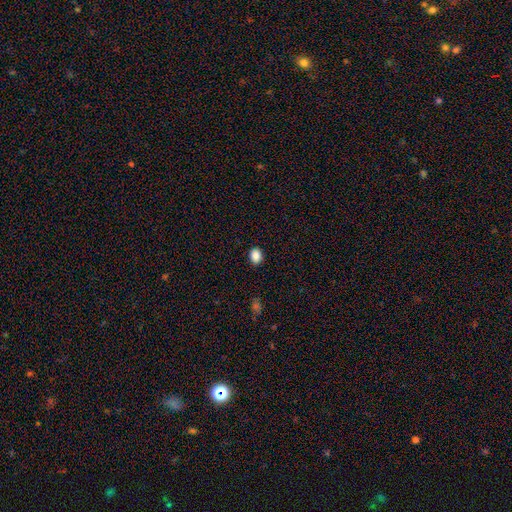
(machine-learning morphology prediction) A smooth galaxy with no disk features (88%) that is in between round and cigar-shaped (56%).

Vote fractions:
- Smooth or featured? smooth: 88% / star or artifact: 10% / featured or disk: 3%
- How rounded? in between: 56% / round: 43% / cigar-shaped: 1%
- Merging? none: 89% / minor disturbance: 8% / major disturbance: 2% / merger: 1%